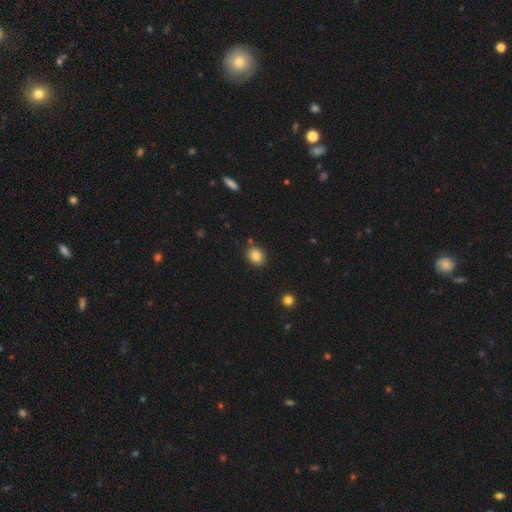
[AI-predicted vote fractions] Smooth or featured: smooth — 85% (star or artifact — 10%)
How rounded: in between — 53% (round — 46%)
Merging: none — 84% (minor disturbance — 10%)